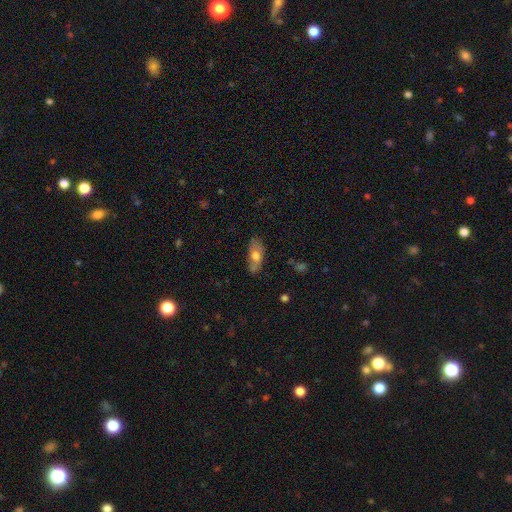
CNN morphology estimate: Smooth or featured? Predicted: smooth (p=0.63). How rounded? Predicted: in between (p=0.82). Merging? Predicted: none (p=0.68).